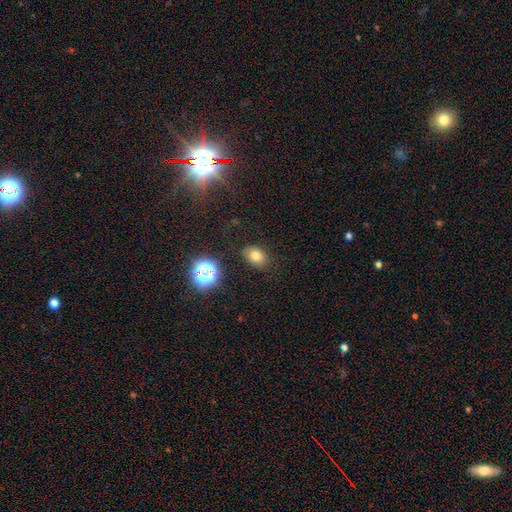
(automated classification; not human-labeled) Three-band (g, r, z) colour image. It shows a smooth galaxy with no disk features (77%) that is in between round and cigar-shaped (73%). Merging: none (83%).